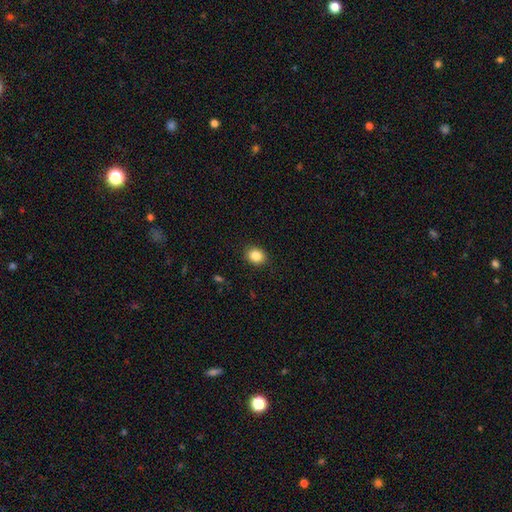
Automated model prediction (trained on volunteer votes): Smooth or featured?
  - smooth: 87% *
  - star or artifact: 9%
  - featured or disk: 4%
How rounded?
  - round: 54% *
  - in between: 46%
  - cigar-shaped: 1%
Merging?
  - none: 89% *
  - minor disturbance: 8%
  - major disturbance: 2%
  - merger: 1%